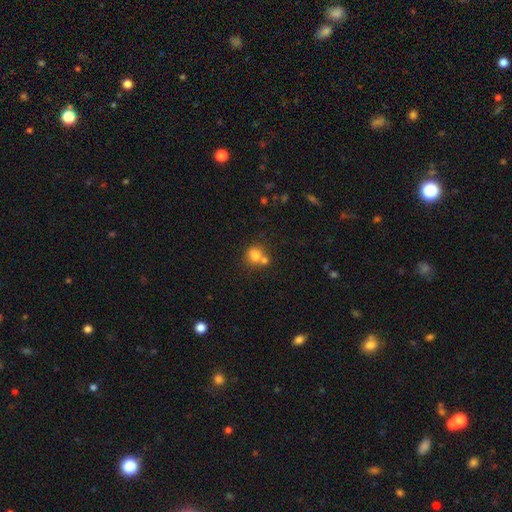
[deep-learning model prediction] This is likely a smooth galaxy (76%). How rounded: likely round (77%). Merging: marginally none (43%, tied with merger).